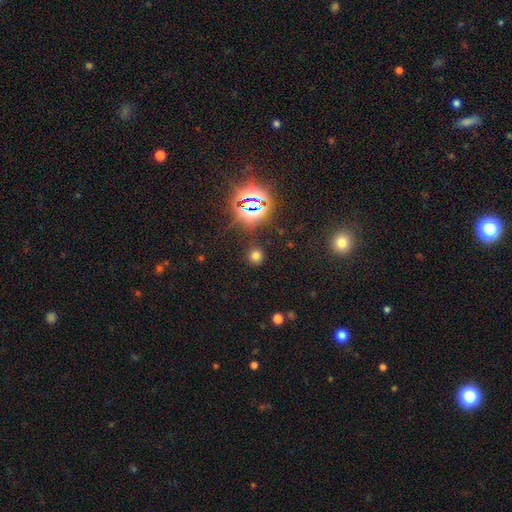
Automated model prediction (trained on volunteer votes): Smooth or featured?
  - smooth: 63% *
  - star or artifact: 31%
  - featured or disk: 6%
How rounded?
  - round: 89% *
  - in between: 10%
  - cigar-shaped: 1%
Merging?
  - none: 84% *
  - minor disturbance: 9%
  - major disturbance: 4%
  - merger: 3%